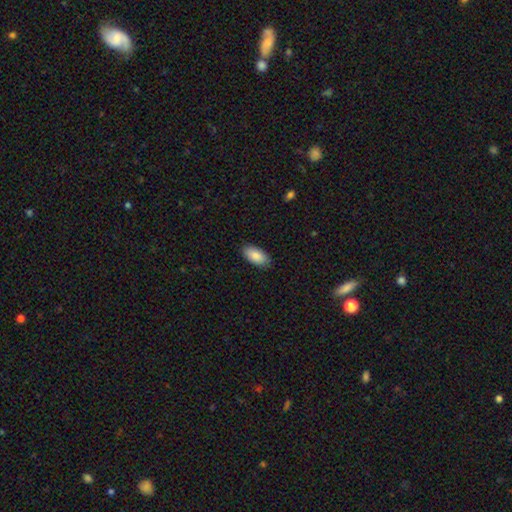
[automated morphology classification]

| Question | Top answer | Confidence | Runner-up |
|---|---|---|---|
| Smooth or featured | smooth | 88% | star or artifact (6%) |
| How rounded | in between | 94% | cigar-shaped (4%) |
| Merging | none | 88% | minor disturbance (9%) |